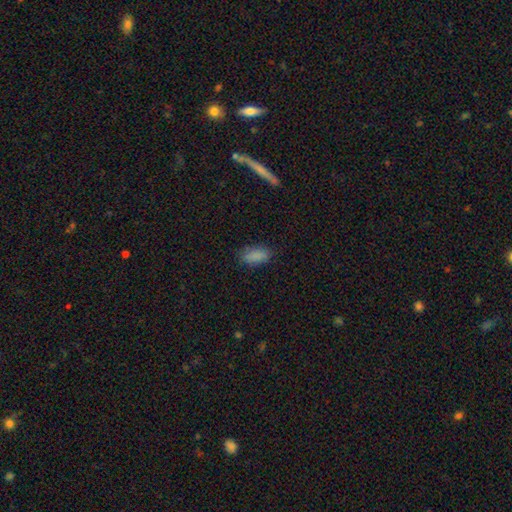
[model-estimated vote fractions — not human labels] Smooth or featured?
  - smooth: 86% *
  - star or artifact: 9%
  - featured or disk: 5%
How rounded?
  - in between: 89% *
  - cigar-shaped: 8%
  - round: 3%
Merging?
  - none: 80% *
  - minor disturbance: 15%
  - major disturbance: 4%
  - merger: 1%